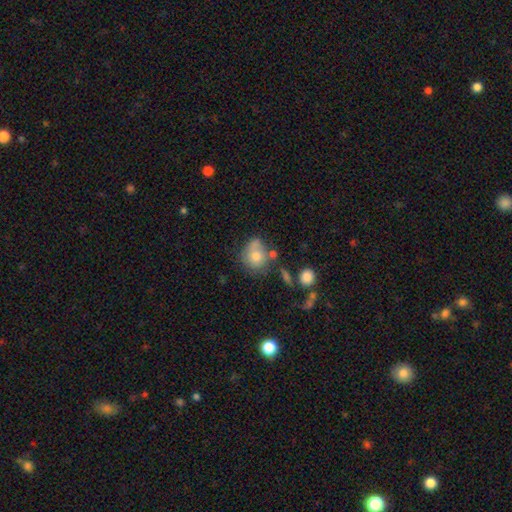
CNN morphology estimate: A smooth galaxy with no disk features (72%) that is round (69%). Merging: none (49%).